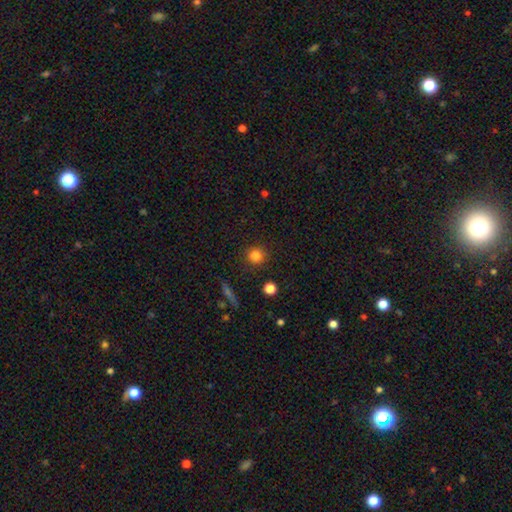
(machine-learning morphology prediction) Smooth or featured?
  - smooth: 83% *
  - star or artifact: 12%
  - featured or disk: 6%
How rounded?
  - round: 93% *
  - in between: 6%
  - cigar-shaped: 1%
Merging?
  - none: 89% *
  - minor disturbance: 7%
  - major disturbance: 2%
  - merger: 2%